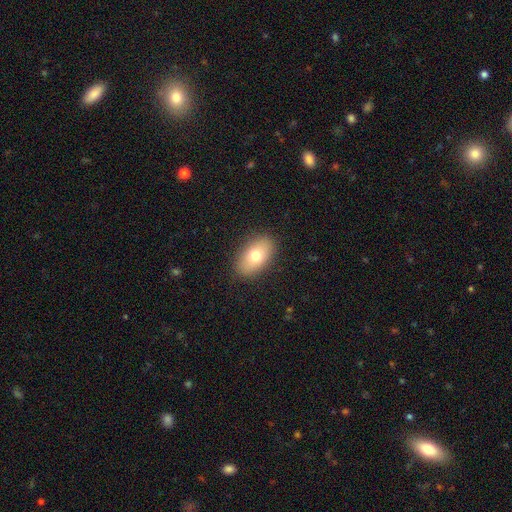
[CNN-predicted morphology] Smooth or featured? Predicted: smooth (p=0.73). How rounded? Predicted: in between (p=0.90). Merging? Predicted: none (p=0.87).